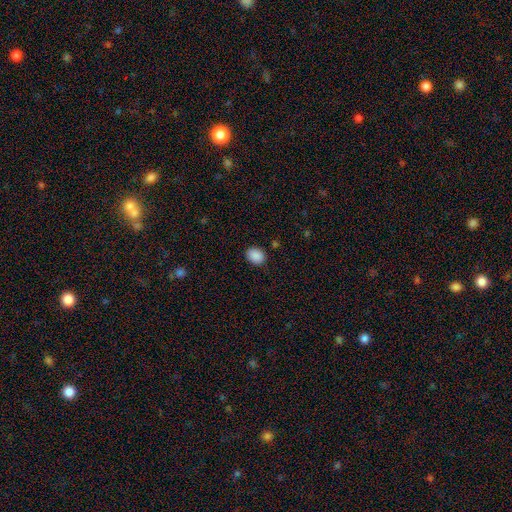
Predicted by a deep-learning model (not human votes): Smooth or featured?
  - smooth: 89% *
  - star or artifact: 9%
  - featured or disk: 3%
How rounded?
  - in between: 52% *
  - round: 47%
  - cigar-shaped: 1%
Merging?
  - none: 87% *
  - minor disturbance: 9%
  - major disturbance: 3%
  - merger: 1%